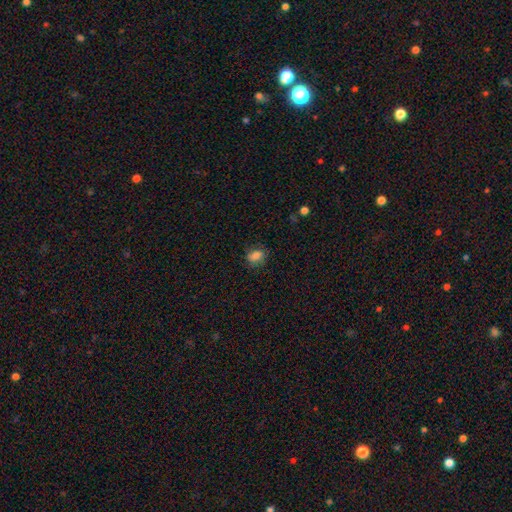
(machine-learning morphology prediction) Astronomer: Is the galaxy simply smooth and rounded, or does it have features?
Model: smooth — 80%.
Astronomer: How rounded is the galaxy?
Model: in between — 54% (runner-up: round, 45%).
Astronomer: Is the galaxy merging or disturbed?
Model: none — 76%.